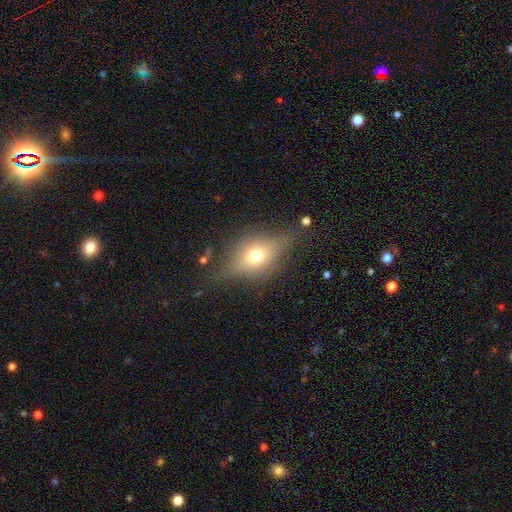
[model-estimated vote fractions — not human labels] This is possibly a smooth galaxy (55%). How rounded: likely in between (61%). Merging: likely none (68%).